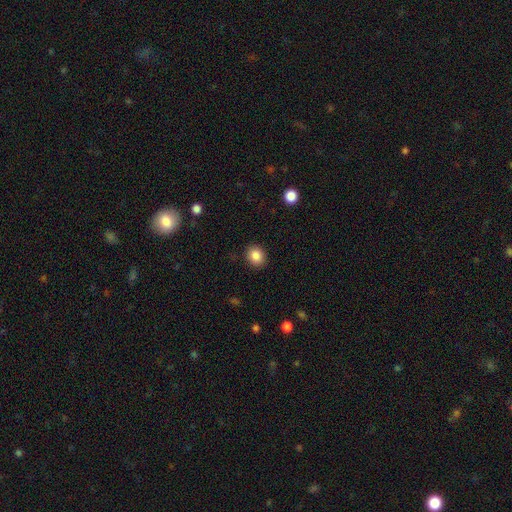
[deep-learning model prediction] A smooth galaxy with no disk features (87%) that is round (66%).

Vote fractions:
- Smooth or featured? smooth: 87% / star or artifact: 9% / featured or disk: 4%
- How rounded? round: 66% / in between: 33% / cigar-shaped: 1%
- Merging? none: 90% / minor disturbance: 7% / major disturbance: 2% / merger: 1%